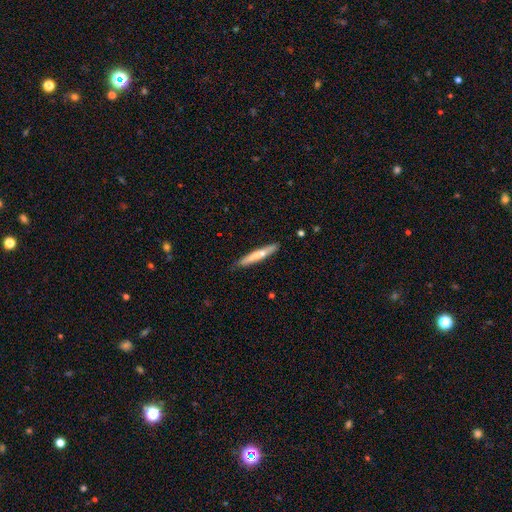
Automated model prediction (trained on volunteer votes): smooth-or-featured: smooth: 55% | featured or disk: 39% | star or artifact: 6%
  how-rounded: cigar-shaped: 94% | in between: 5% | round: 1%
  merging: none: 83% | minor disturbance: 12% | merger: 3% | major disturbance: 2%